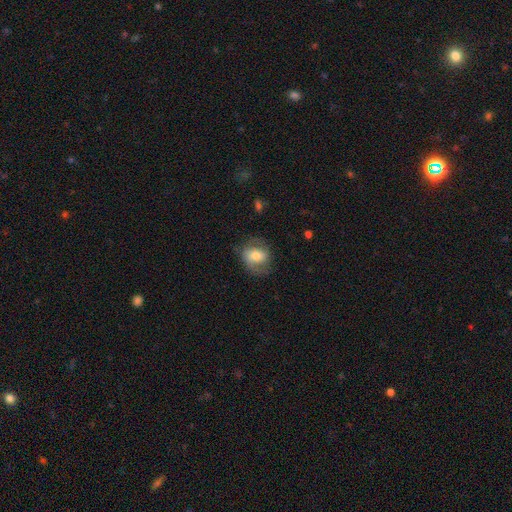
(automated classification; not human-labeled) A smooth galaxy with no disk features (47%). Merging: none (64%).